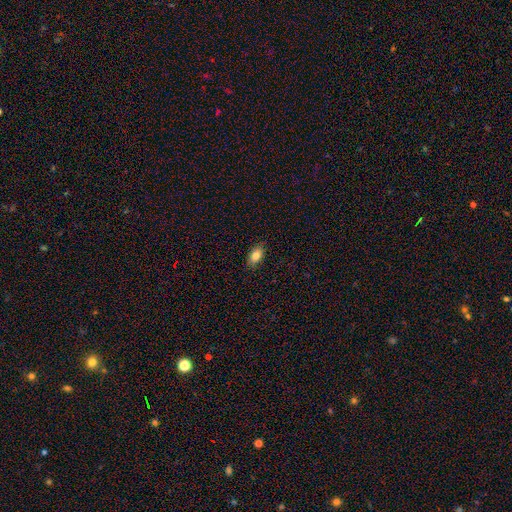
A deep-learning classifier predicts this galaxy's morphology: A smooth galaxy with no disk features (83%) that is in between round and cigar-shaped (88%). Merging: none (87%).